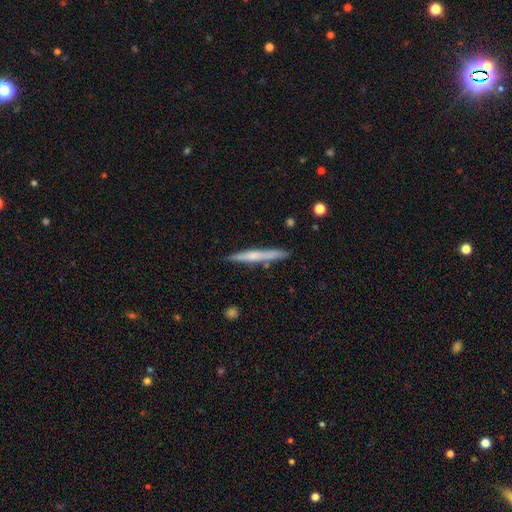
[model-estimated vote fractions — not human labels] This appears to be a featured or disk galaxy (48%). Merging: none (88%).